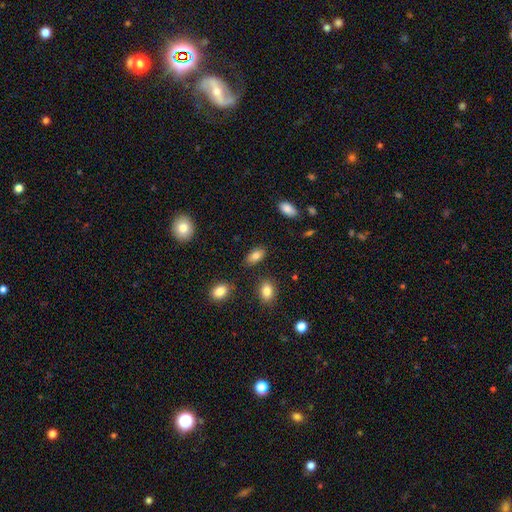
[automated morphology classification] Smooth or featured: smooth — 81% (featured or disk — 10%)
How rounded: in between — 91% (round — 6%)
Merging: none — 83% (minor disturbance — 11%)